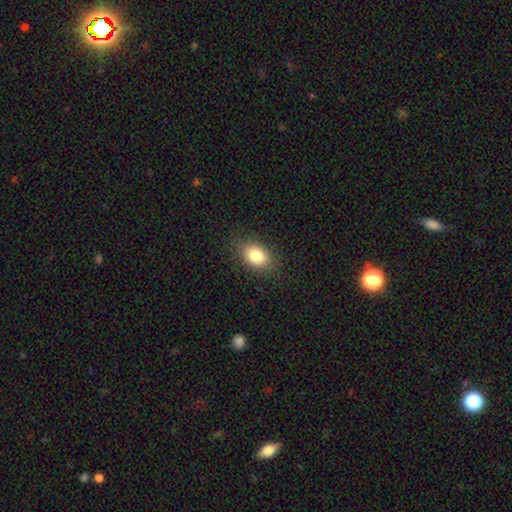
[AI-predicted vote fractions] smooth_or_featured: smooth (p=0.83) [alt: star or artifact p=0.09]
how_rounded: in between (p=0.77) [alt: round p=0.21]
merging: none (p=0.84) [alt: minor disturbance p=0.11]